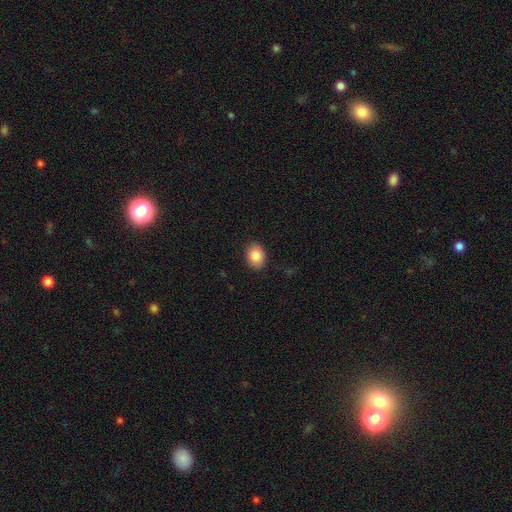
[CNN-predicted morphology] The model was most divided on "how rounded": in between: 59%, round: 40%, cigar-shaped: 1%. More confident: merging — none (88%); smooth or featured — smooth (86%).